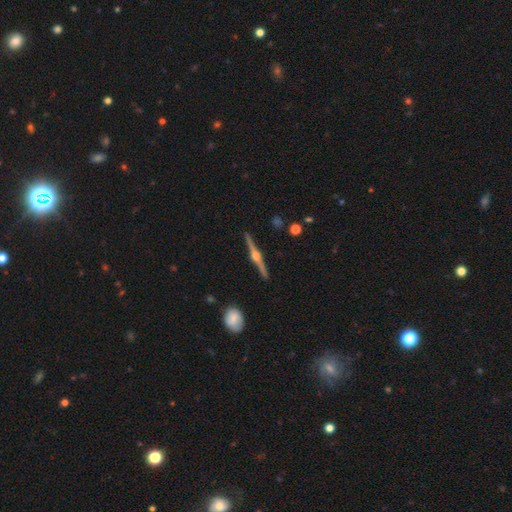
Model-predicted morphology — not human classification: Smooth or featured? featured or disk (87%)
Edge-on disk? yes (99%)
Edge-on bulge? rounded (94%)
Merging? none (92%)